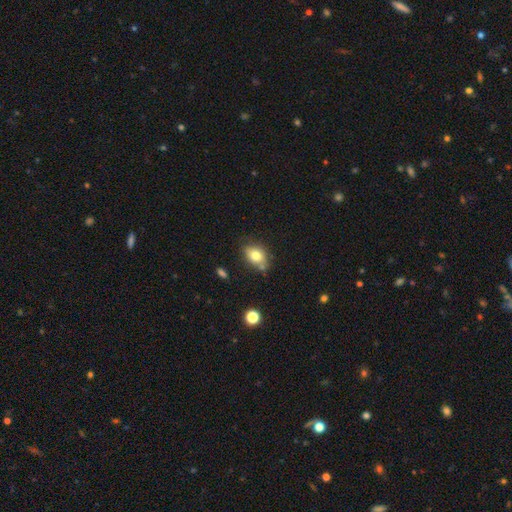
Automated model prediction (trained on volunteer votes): Smooth or featured? Predicted: smooth (p=0.78). How rounded? Predicted: in between (p=0.74). Merging? Predicted: none (p=0.63).